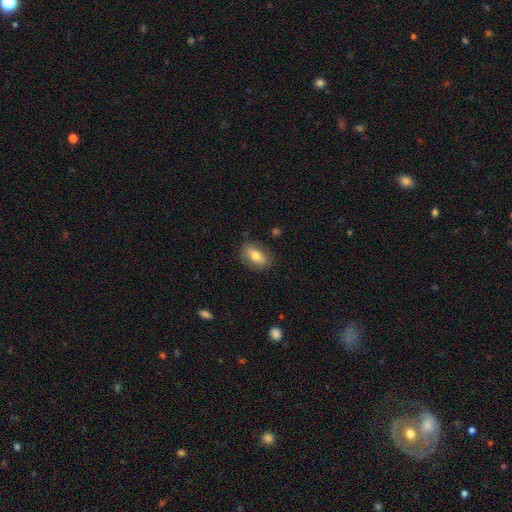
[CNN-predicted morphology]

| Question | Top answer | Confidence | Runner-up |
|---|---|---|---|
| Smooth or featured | smooth | 69% | featured or disk (23%) |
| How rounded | in between | 83% | round (12%) |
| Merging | none | 82% | minor disturbance (13%) |